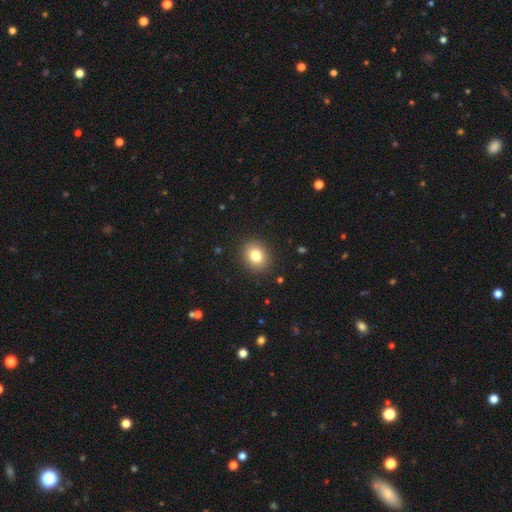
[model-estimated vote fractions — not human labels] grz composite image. It shows a smooth galaxy with no disk features (81%) that is round (57%). Merging: none (89%).